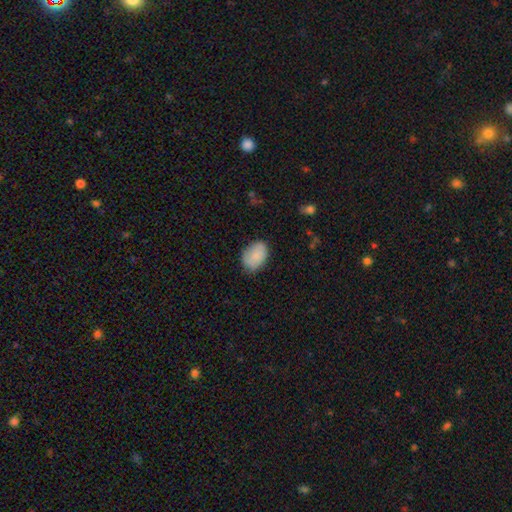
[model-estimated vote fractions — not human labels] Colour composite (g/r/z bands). It shows a smooth galaxy with no disk features (85%) that is in between round and cigar-shaped (84%). Merging: none (77%).